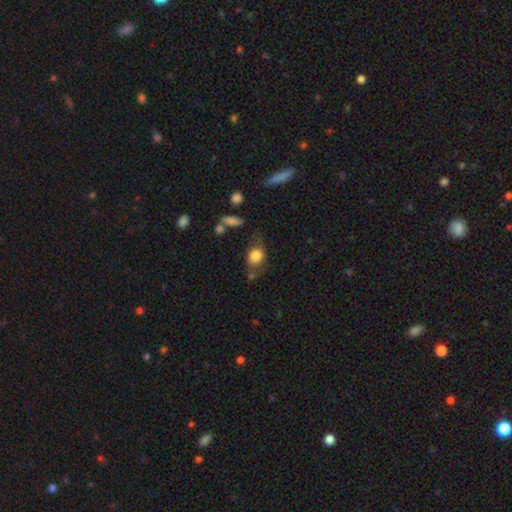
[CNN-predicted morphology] smooth-or-featured: smooth: 76% | featured or disk: 16% | star or artifact: 8%
  how-rounded: in between: 60% | round: 38% | cigar-shaped: 2%
  merging: none: 48% | minor disturbance: 28% | major disturbance: 17% | merger: 7%